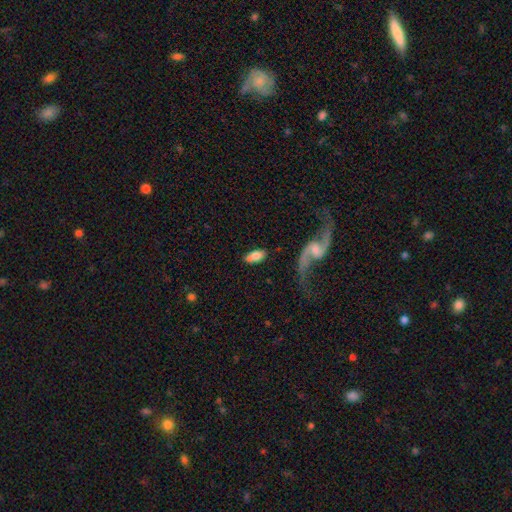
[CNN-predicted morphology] A smooth galaxy with no disk features (69%) that is in between round and cigar-shaped (91%).

Vote fractions:
- Smooth or featured? smooth: 69% / featured or disk: 25% / star or artifact: 6%
- How rounded? in between: 91% / cigar-shaped: 6% / round: 3%
- Merging? none: 67% / minor disturbance: 18% / major disturbance: 8% / merger: 7%